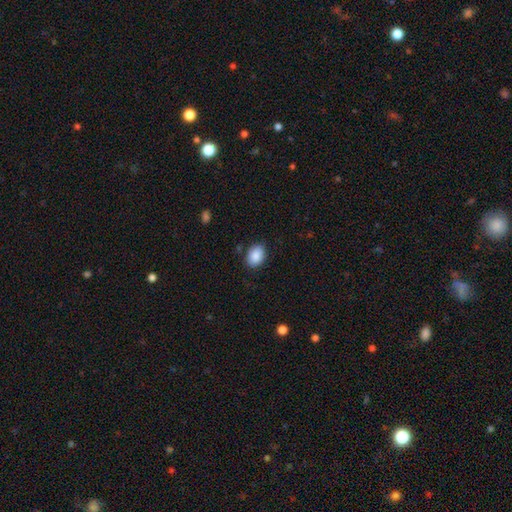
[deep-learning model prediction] A smooth galaxy with no disk features (88%) that is in between round and cigar-shaped (76%). Merging: none (83%).